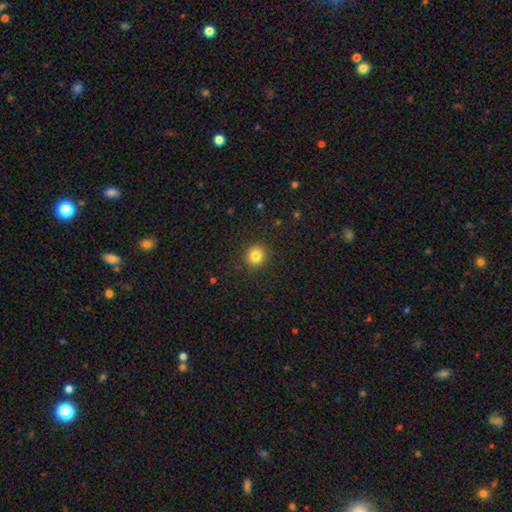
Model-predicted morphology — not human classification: Smooth or featured? smooth (83%)
How rounded? round (89%)
Merging? none (90%)